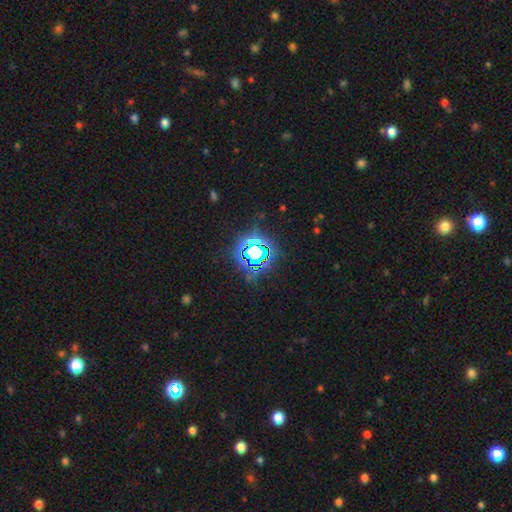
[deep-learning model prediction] Smooth or featured? Predicted: star or artifact (p=0.74).